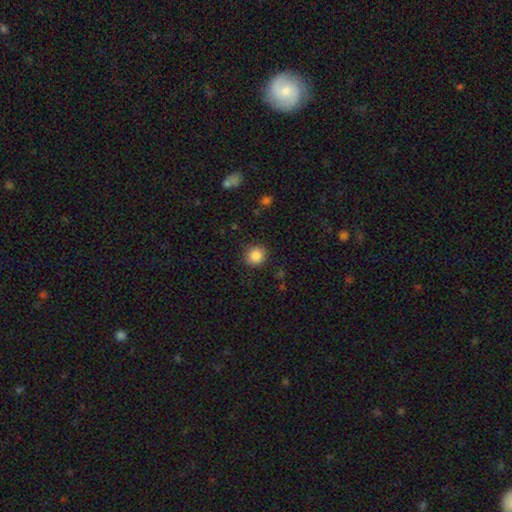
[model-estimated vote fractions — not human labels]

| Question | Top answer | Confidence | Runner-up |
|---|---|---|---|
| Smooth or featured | smooth | 87% | star or artifact (9%) |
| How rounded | round | 86% | in between (14%) |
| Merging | none | 87% | minor disturbance (9%) |